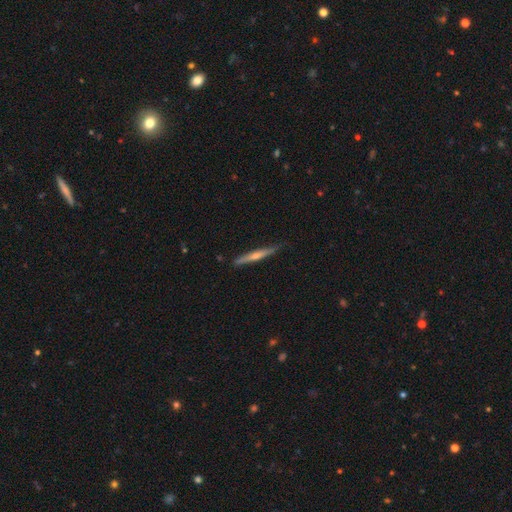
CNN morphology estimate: smooth-or-featured: featured or disk: 60% | smooth: 34% | star or artifact: 6%
  disk-edge-on: yes: 97% | no: 3%
    edge-on-bulge: rounded: 66% | none: 27% | boxy: 6%
  merging: none: 86% | minor disturbance: 12% | major disturbance: 2% | merger: 1%